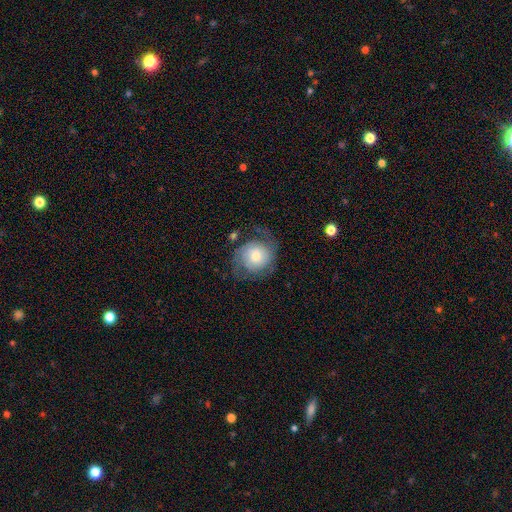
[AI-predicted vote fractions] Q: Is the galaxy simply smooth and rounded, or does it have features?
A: featured or disk — 61%.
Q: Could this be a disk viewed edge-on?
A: no — 98%.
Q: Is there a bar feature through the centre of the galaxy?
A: no — 76%.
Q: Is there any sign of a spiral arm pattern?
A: yes — 87%.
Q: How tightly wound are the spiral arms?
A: medium — 39%.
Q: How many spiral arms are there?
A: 2 — 64%.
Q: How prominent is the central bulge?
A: moderate — 50%.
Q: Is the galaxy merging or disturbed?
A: none — 58%.